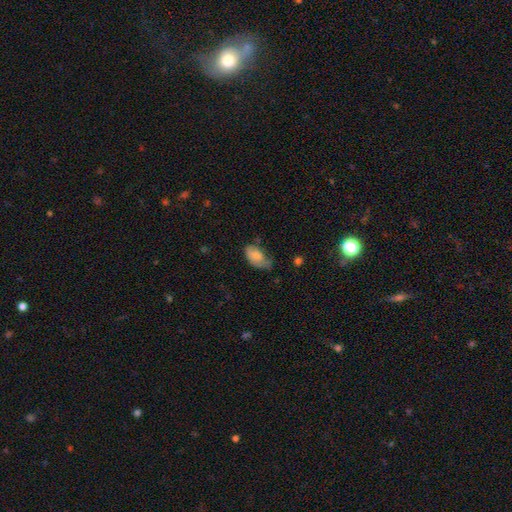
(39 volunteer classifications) Overall: smooth (79%). How rounded: in between (84%). Merging: minor disturbance (51%; none 32%).